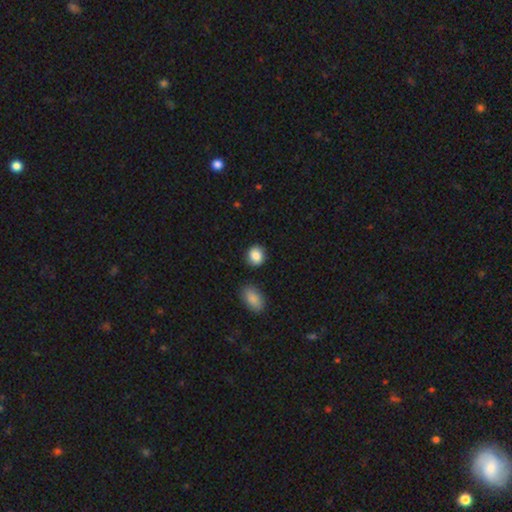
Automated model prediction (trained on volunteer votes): Morphology: type=smooth (87%); roundness=round (71%); merging=none (85%).